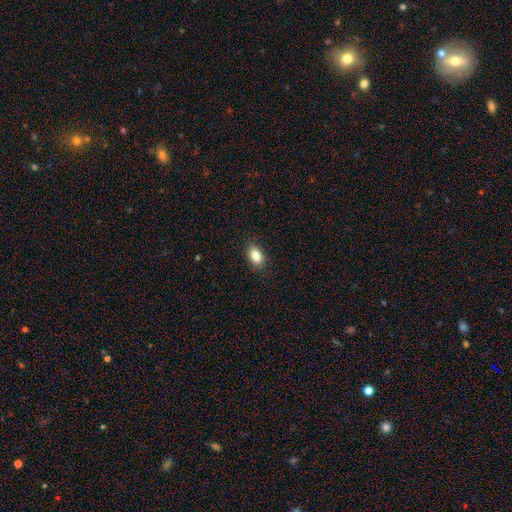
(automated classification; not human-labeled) Morphology: type=smooth (85%); roundness=in between (89%); merging=none (88%).